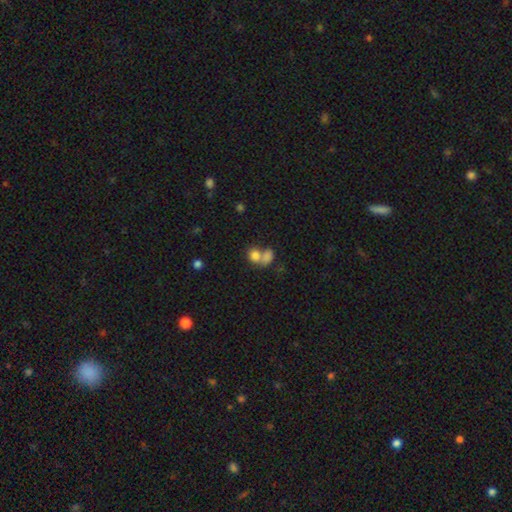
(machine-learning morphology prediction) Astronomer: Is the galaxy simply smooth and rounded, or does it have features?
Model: smooth — 77%.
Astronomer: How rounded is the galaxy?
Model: round — 57% (runner-up: in between, 42%).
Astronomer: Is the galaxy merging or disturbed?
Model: merger — 59%.